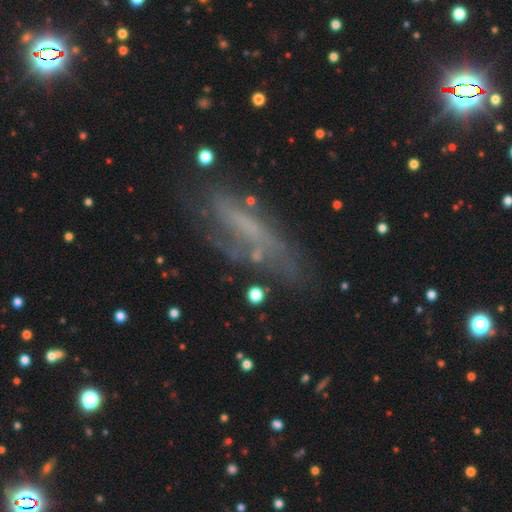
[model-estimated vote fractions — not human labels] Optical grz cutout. It shows a featured or disk galaxy (56%). Merging: none (56%).